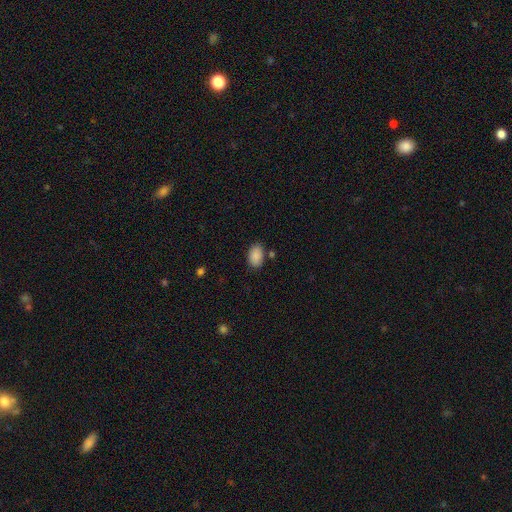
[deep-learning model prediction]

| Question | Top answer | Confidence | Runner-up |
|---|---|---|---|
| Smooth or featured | smooth | 89% | star or artifact (7%) |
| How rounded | in between | 88% | round (10%) |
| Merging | none | 80% | minor disturbance (13%) |